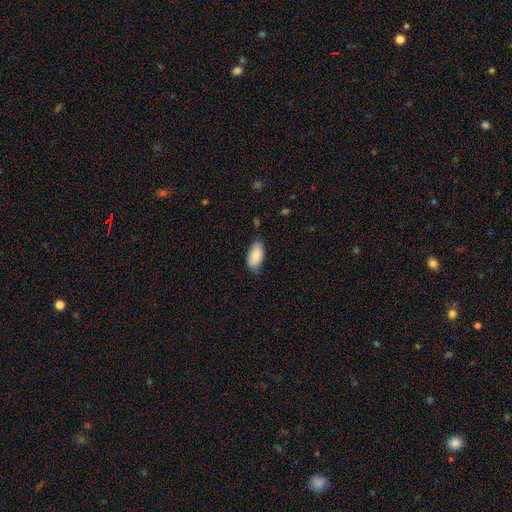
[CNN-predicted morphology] The model was most divided on "merging": none: 65%, minor disturbance: 29%, major disturbance: 4%, merger: 2%. More confident: how rounded — in between (94%); smooth or featured — smooth (80%).